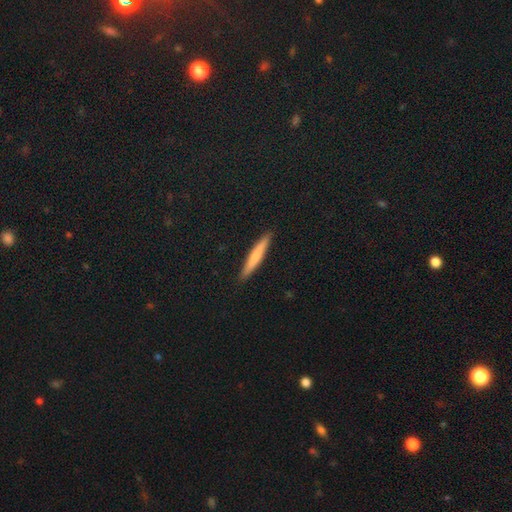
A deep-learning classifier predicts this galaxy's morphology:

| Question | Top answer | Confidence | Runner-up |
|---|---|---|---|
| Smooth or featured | smooth | 67% | featured or disk (28%) |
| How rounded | cigar-shaped | 94% | in between (5%) |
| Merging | none | 91% | minor disturbance (6%) |